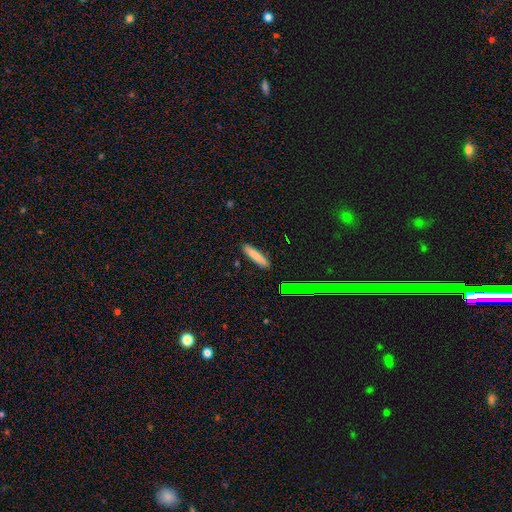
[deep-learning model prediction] Smooth or featured?
  - smooth: 82% *
  - featured or disk: 11%
  - star or artifact: 8%
How rounded?
  - cigar-shaped: 82% *
  - in between: 17%
  - round: 1%
Merging?
  - none: 88% *
  - minor disturbance: 8%
  - merger: 2%
  - major disturbance: 2%